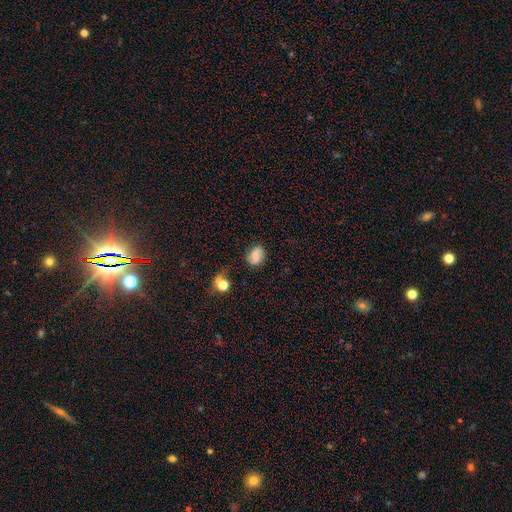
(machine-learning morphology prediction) This is likely a smooth galaxy (60%). How rounded: possibly in between (54%). Merging: likely none (69%).